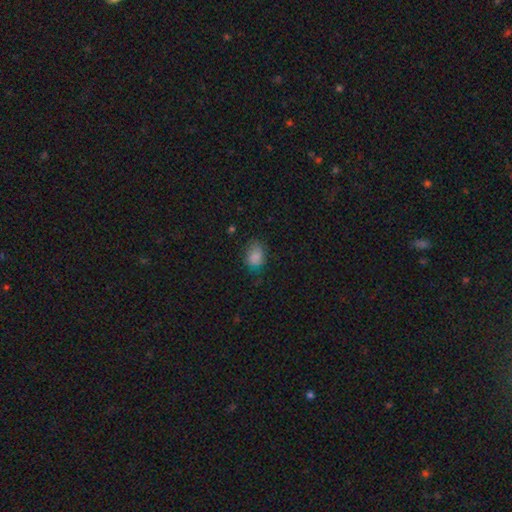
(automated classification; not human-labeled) smooth 83%, star or artifact 12%, featured or disk 6%. Down the decision tree: how rounded — in between (69%); merging — none (66%).